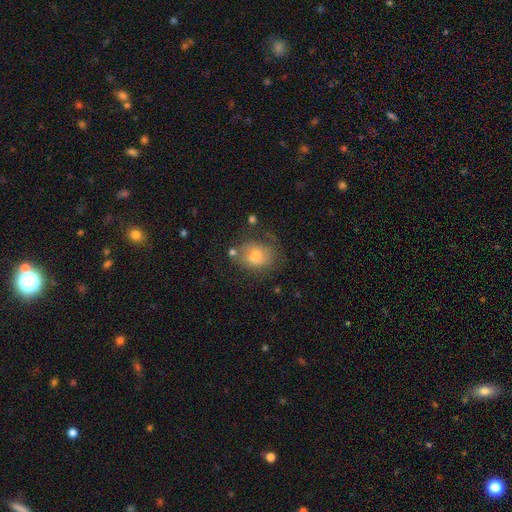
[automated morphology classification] Smooth or featured: smooth — 66% (featured or disk — 24%)
How rounded: in between — 50% (round — 49%)
Merging: none — 62% (minor disturbance — 22%)